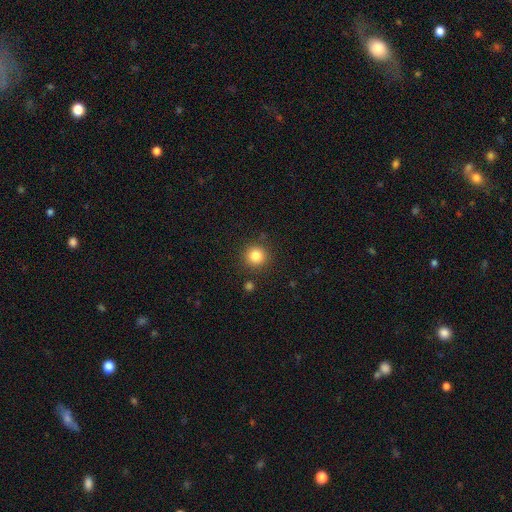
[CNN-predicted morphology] Smooth or featured? Predicted: smooth (p=0.83). How rounded? Predicted: round (p=0.94). Merging? Predicted: none (p=0.87).